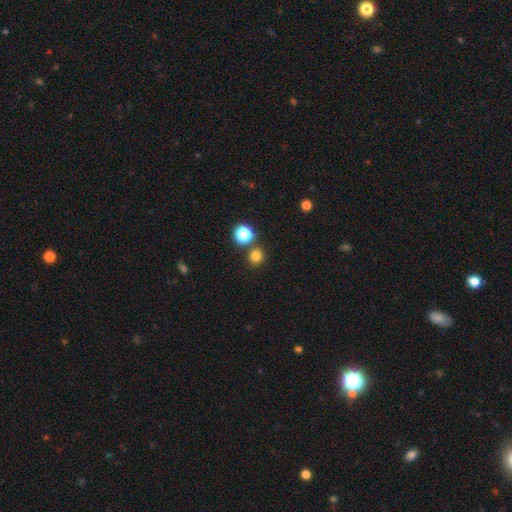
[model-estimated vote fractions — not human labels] smooth 79%, star or artifact 16%, featured or disk 5%. Down the decision tree: how rounded — round (91%); merging — none (82%).